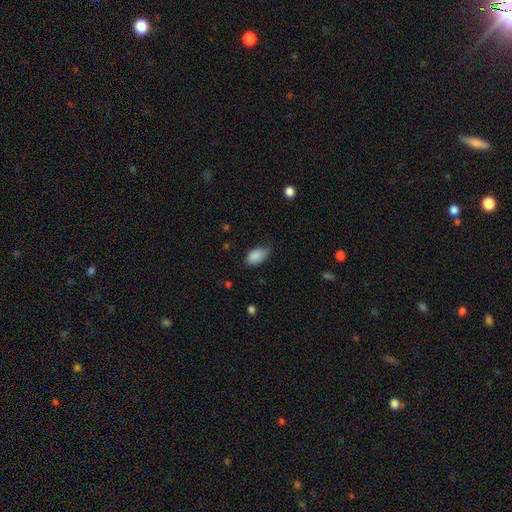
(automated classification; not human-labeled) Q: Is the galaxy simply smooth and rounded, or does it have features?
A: smooth — 87%.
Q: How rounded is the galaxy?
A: in between — 92%.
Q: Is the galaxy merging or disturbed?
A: none — 54%.